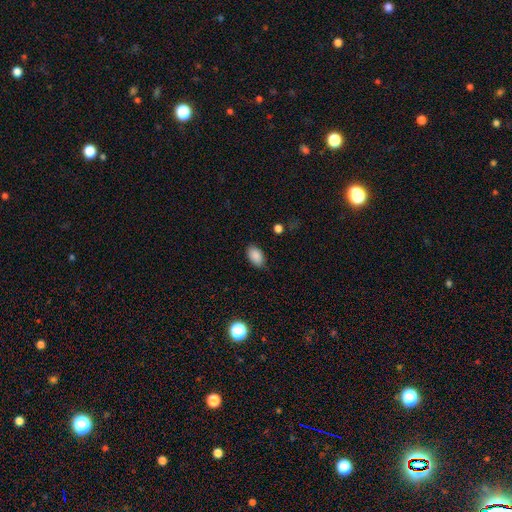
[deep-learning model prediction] Smooth or featured? smooth (88%)
How rounded? in between (91%)
Merging? none (83%)